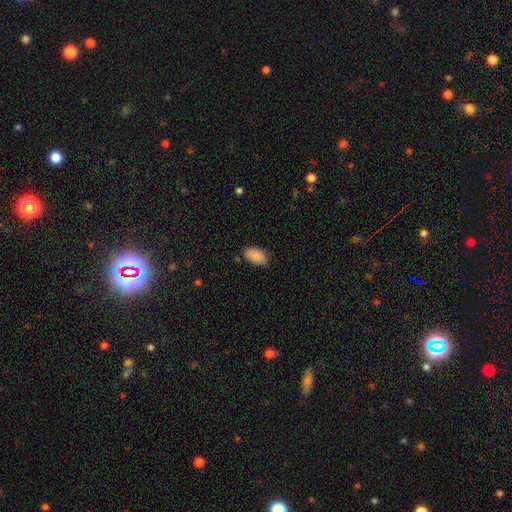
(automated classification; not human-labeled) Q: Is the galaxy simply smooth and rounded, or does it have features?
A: smooth — 88%.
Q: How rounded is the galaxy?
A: in between — 93%.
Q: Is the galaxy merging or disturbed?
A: none — 72%.